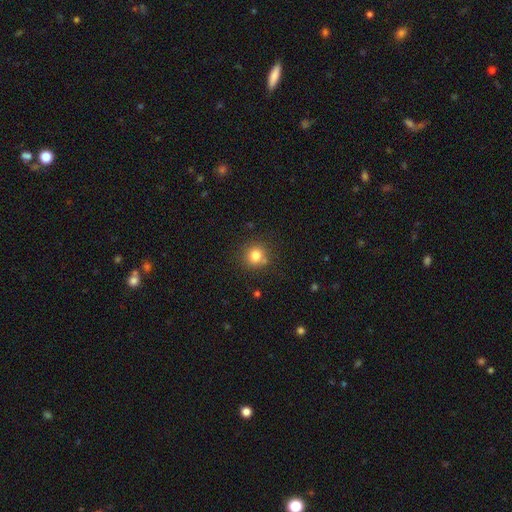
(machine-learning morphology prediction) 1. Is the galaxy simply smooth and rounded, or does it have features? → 80% smooth, 13% star or artifact, 7% featured or disk.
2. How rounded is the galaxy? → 90% round, 9% in between, 1% cigar-shaped.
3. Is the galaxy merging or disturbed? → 78% none, 11% minor disturbance, 8% merger, 3% major disturbance.